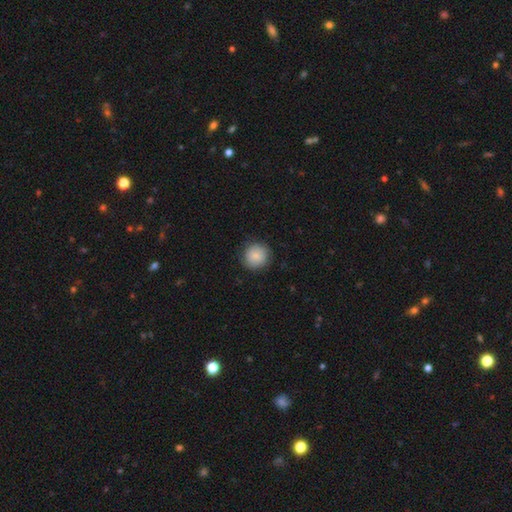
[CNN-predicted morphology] Overall: smooth (86%). How rounded: round (92%). Merging: none (86%).